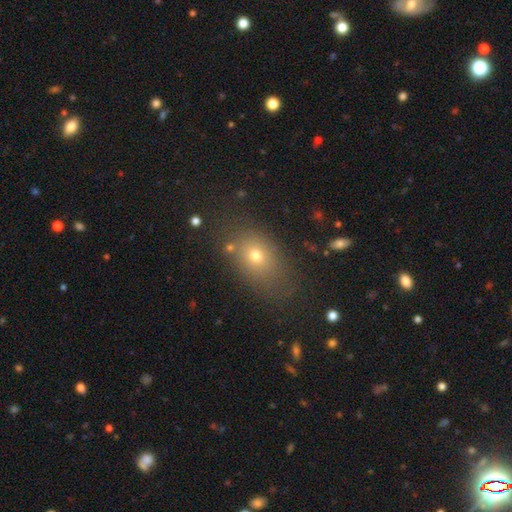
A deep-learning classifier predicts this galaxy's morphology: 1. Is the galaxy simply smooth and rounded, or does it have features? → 69% smooth, 16% star or artifact, 15% featured or disk.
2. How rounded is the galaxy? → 72% in between, 26% round, 2% cigar-shaped.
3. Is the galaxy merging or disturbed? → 75% none, 15% minor disturbance, 7% major disturbance, 4% merger.